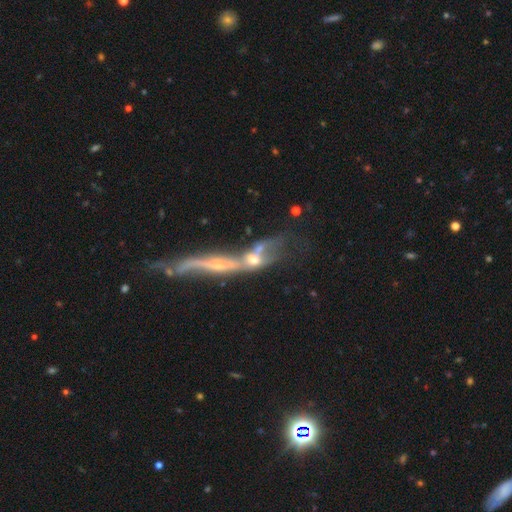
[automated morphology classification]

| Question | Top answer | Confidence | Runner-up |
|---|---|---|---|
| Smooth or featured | featured or disk | 61% | smooth (28%) |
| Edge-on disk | no | 68% | yes (32%) |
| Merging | merger | 73% | none (11%) |